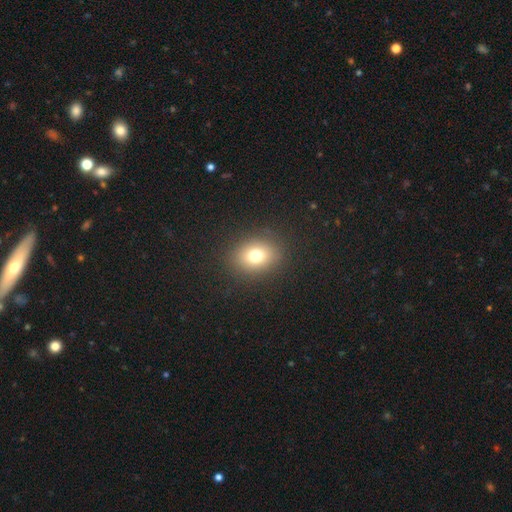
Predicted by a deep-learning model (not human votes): Q: Smooth or featured?
A: smooth (74%); runner-up: star or artifact (15%)
Q: How rounded?
A: round (52%); runner-up: in between (47%)
Q: Merging?
A: none (88%); runner-up: minor disturbance (7%)